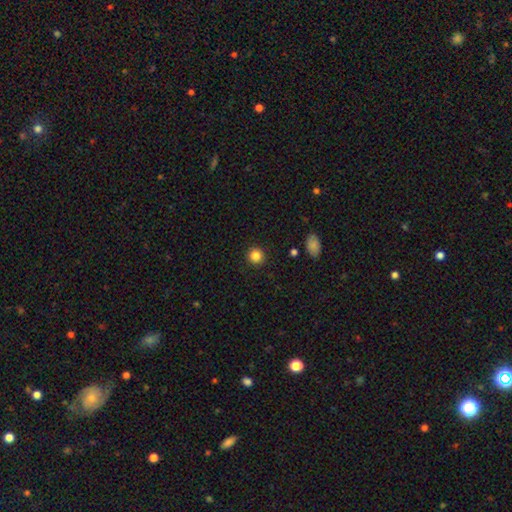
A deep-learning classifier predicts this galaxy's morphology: Q: Smooth or featured?
A: smooth (85%); runner-up: star or artifact (11%)
Q: How rounded?
A: round (94%); runner-up: in between (5%)
Q: Merging?
A: none (92%); runner-up: minor disturbance (5%)